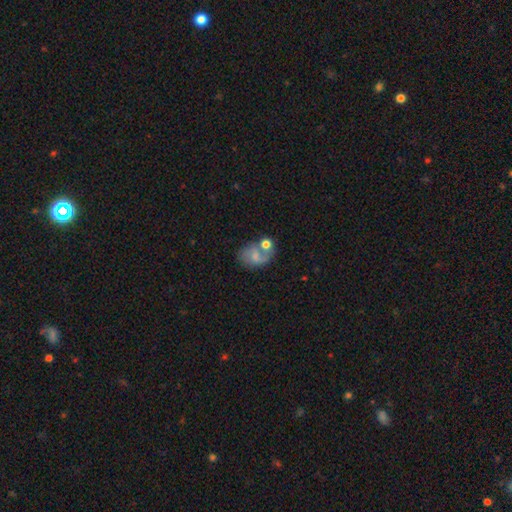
Q: Smooth or featured?
A: smooth (54%); runner-up: featured or disk (44%)
Q: How rounded?
A: round (48%); tied with: in between (48%)
Q: Merging?
A: merger (45%); runner-up: none (29%)